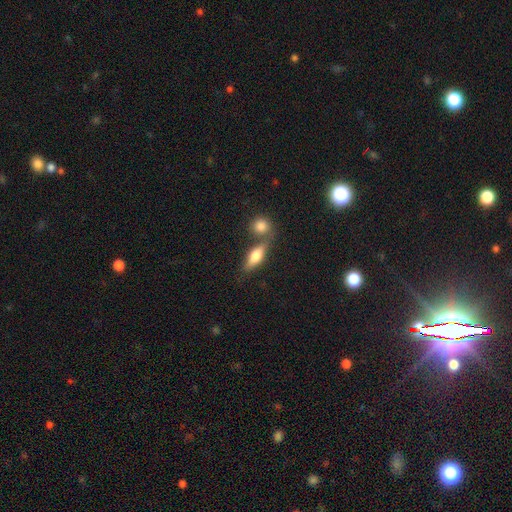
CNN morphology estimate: Smooth or featured: smooth — 67% (featured or disk — 26%)
How rounded: in between — 66% (cigar-shaped — 28%)
Merging: none — 52% (merger — 32%)